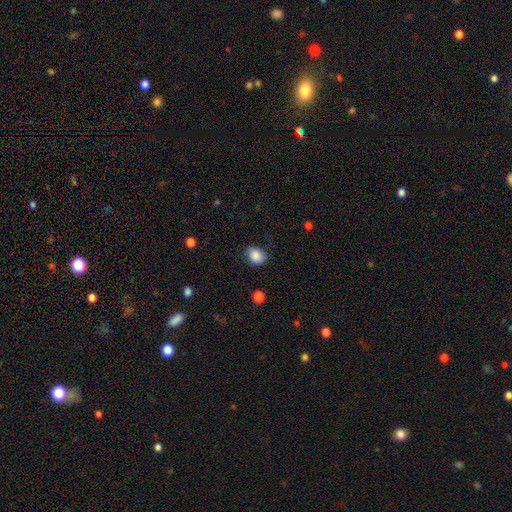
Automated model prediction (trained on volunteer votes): smooth_or_featured: smooth (p=0.87) [alt: star or artifact p=0.09]
how_rounded: round (p=0.51) [alt: in between p=0.48]
merging: none (p=0.77) [alt: minor disturbance p=0.18]